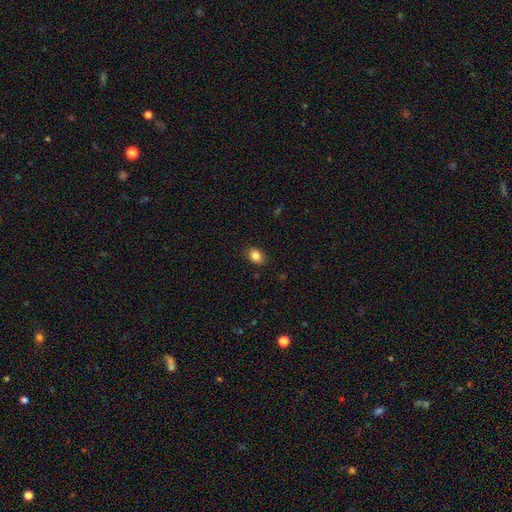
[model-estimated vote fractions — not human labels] A smooth galaxy with no disk features (85%) that is in between round and cigar-shaped (74%).

Vote fractions:
- Smooth or featured? smooth: 85% / star or artifact: 9% / featured or disk: 5%
- How rounded? in between: 74% / round: 25% / cigar-shaped: 1%
- Merging? none: 88% / minor disturbance: 9% / major disturbance: 2% / merger: 1%